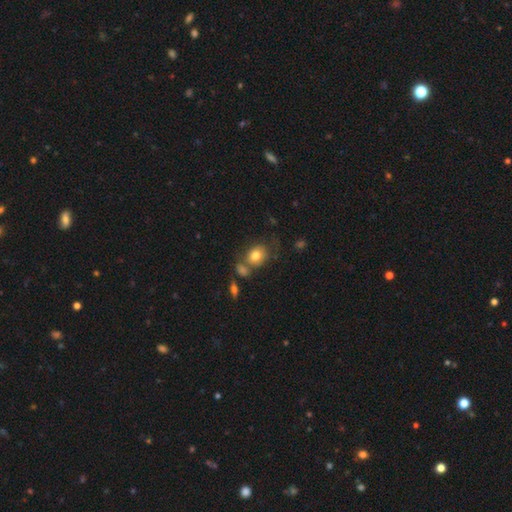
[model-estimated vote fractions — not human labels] Morphology: type=smooth (78%); roundness=in between (50%); merging=none (52%).